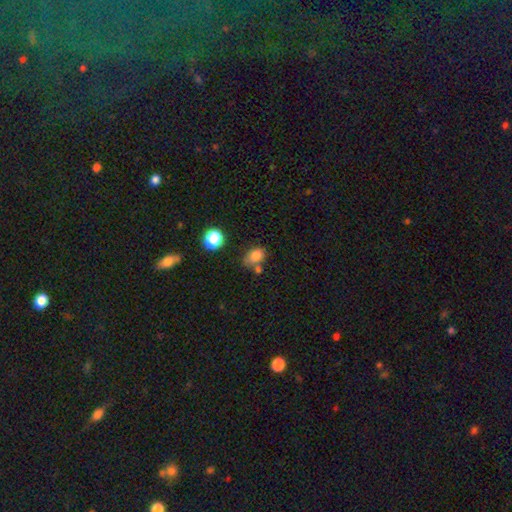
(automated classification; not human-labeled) Overall: smooth (81%). How rounded: in between (76%). Merging: none (55%; minor disturbance 21%).